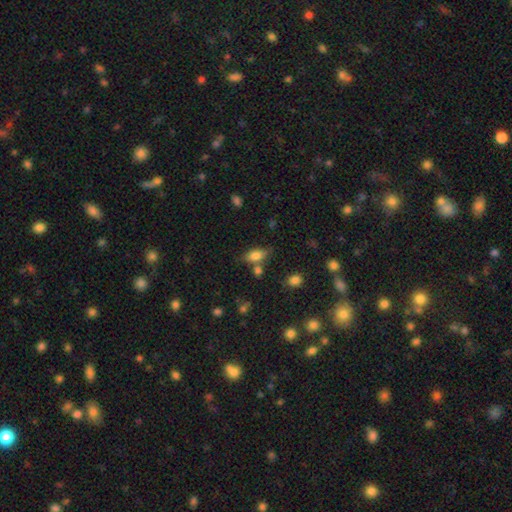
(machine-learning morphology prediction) This is likely a smooth galaxy (74%). How rounded: clearly in between (84%). Merging: likely none (63%).